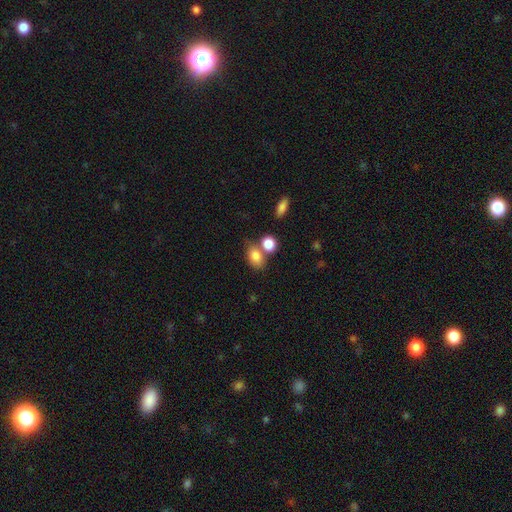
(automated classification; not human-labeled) Overall: smooth (83%). How rounded: in between (76%). Merging: none (50%; merger 32%).